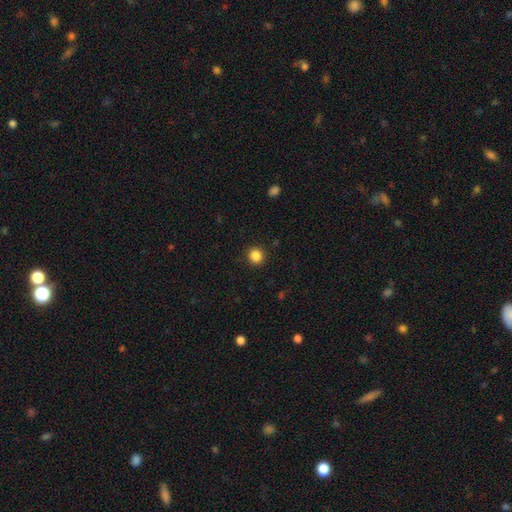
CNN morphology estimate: Overall: smooth (86%). How rounded: round (91%). Merging: none (92%).